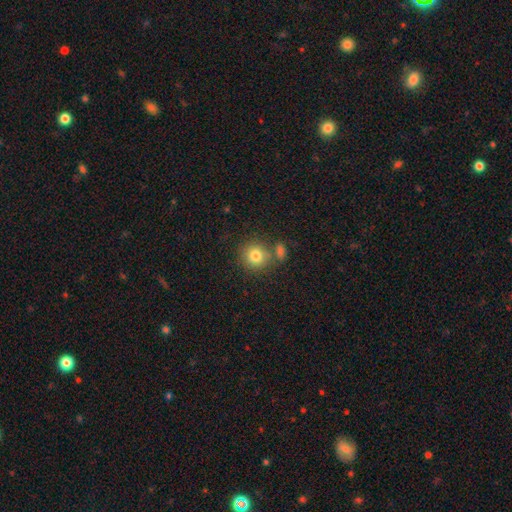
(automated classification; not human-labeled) This is clearly a smooth galaxy (80%). How rounded: clearly round (89%). Merging: likely none (69%).